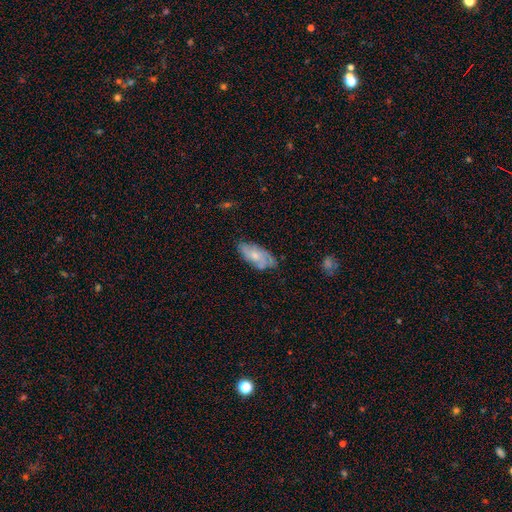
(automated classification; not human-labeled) Overall: smooth (49%; featured or disk 44%). Merging: none (65%; minor disturbance 26%).